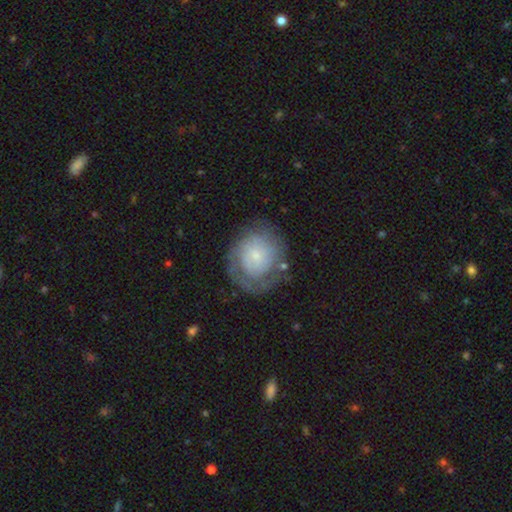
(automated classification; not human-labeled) Smooth or featured?
  - featured or disk: 57% *
  - smooth: 36%
  - star or artifact: 7%
Edge-on disk?
  - no: 97% *
  - yes: 3%
Bar?
  - no: 80% *
  - weak: 17%
  - strong: 3%
Spiral arms?
  - yes: 74% *
  - no: 26%
Bulge size?
  - small: 73% *
  - moderate: 17%
  - none: 5%
  - large: 4%
  - dominant: 2%
Merging?
  - none: 63% *
  - minor disturbance: 20%
  - major disturbance: 14%
  - merger: 2%